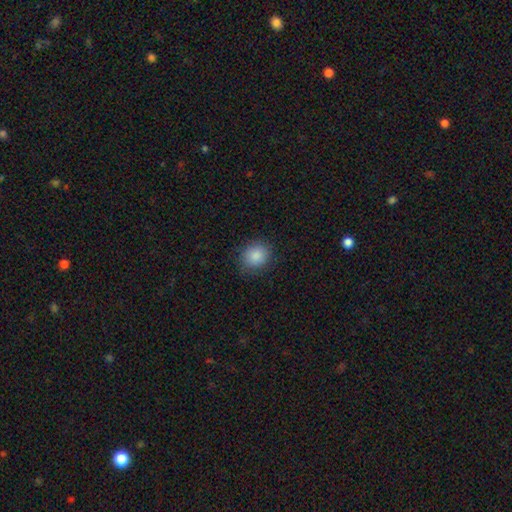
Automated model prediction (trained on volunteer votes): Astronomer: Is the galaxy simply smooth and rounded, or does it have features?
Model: smooth — 87%.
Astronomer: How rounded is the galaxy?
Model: round — 76%.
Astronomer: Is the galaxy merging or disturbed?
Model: none — 86%.